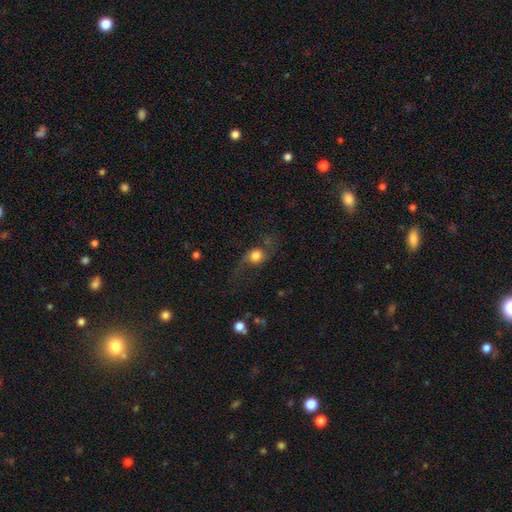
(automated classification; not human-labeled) A smooth galaxy with no disk features (48%). Merging: none (47%).